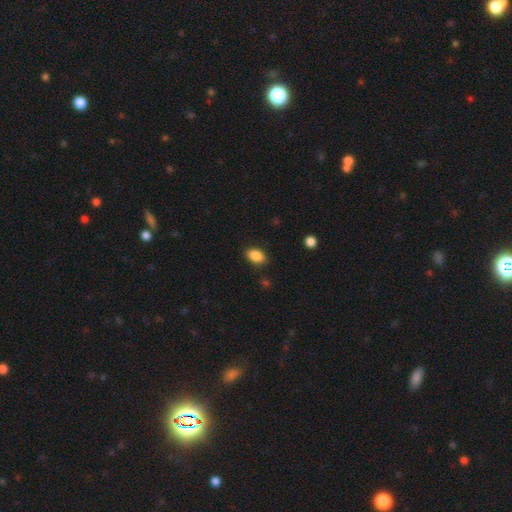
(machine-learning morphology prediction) smooth-or-featured: smooth: 88% | star or artifact: 8% | featured or disk: 4%
  how-rounded: in between: 89% | round: 9% | cigar-shaped: 2%
  merging: none: 87% | minor disturbance: 10% | major disturbance: 2% | merger: 1%